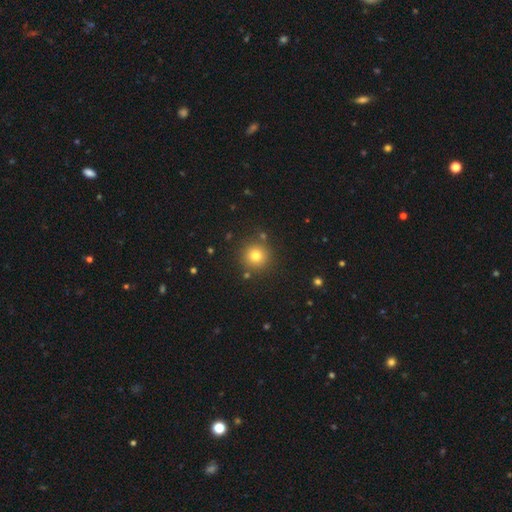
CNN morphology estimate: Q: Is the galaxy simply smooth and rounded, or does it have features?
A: smooth — 78%.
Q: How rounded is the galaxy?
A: round — 95%.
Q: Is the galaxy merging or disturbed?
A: none — 87%.